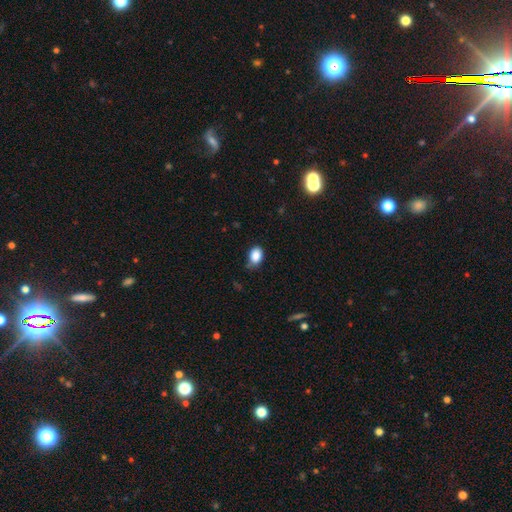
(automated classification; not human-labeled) Smooth or featured? smooth (87%)
How rounded? in between (77%)
Merging? none (68%)